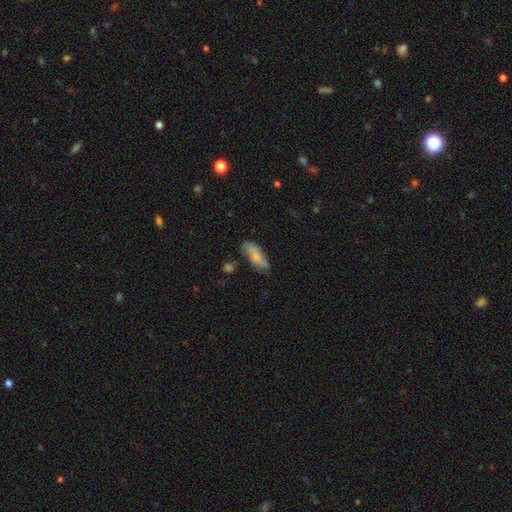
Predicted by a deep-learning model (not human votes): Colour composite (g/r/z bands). It shows a smooth galaxy with no disk features (72%) that is in between round and cigar-shaped (64%). Merging: none (56%).